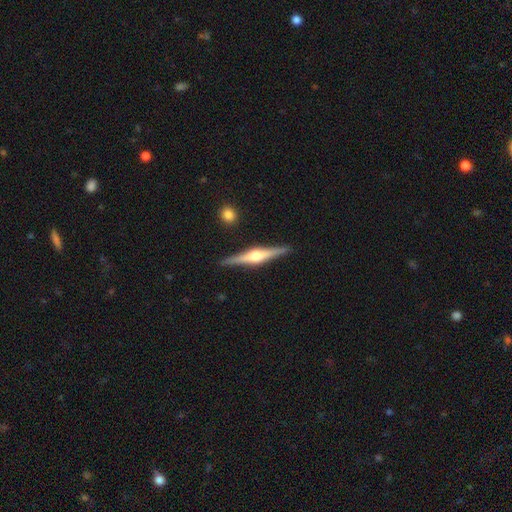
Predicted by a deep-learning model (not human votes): This is likely a featured or disk galaxy (79%). It is clearly viewed edge-on (98%). Edge-on bulge: clearly rounded (92%). Merging: clearly none (90%).